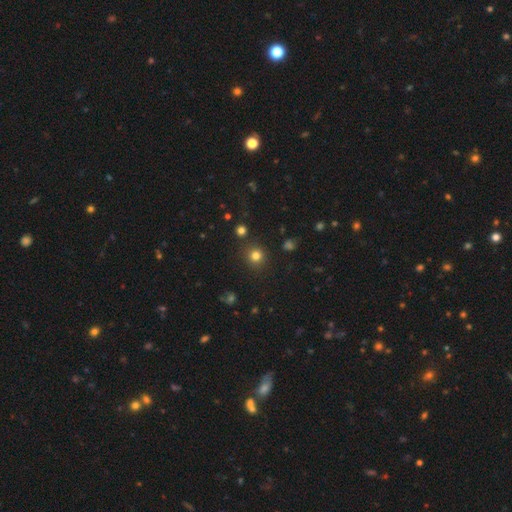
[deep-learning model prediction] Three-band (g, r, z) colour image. It shows a smooth galaxy with no disk features (78%) that is round (92%). Merging: none (88%).